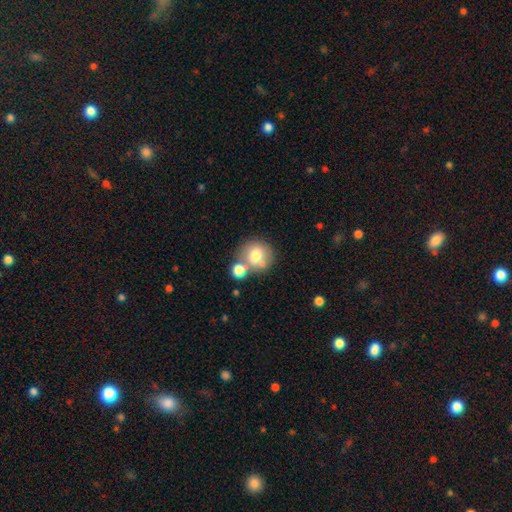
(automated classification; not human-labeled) smooth_or_featured: smooth (p=0.72) [alt: featured or disk p=0.18]
how_rounded: round (p=0.84) [alt: in between p=0.15]
merging: none (p=0.52) [alt: merger p=0.31]